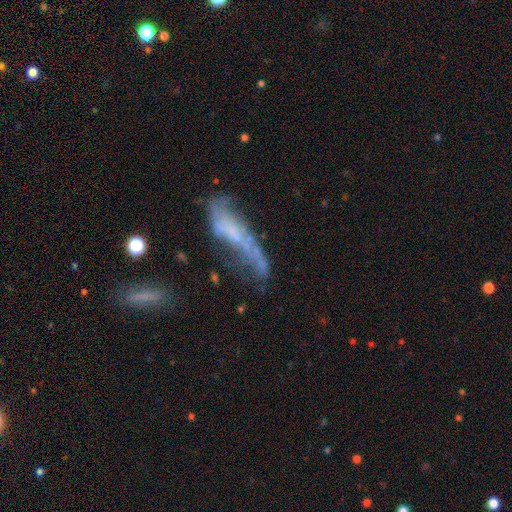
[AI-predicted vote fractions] The model was most divided on "merging": major disturbance: 35%, none: 25%, minor disturbance: 21%, merger: 18%. More confident: edge-on disk — no (78%); smooth or featured — featured or disk (52%).